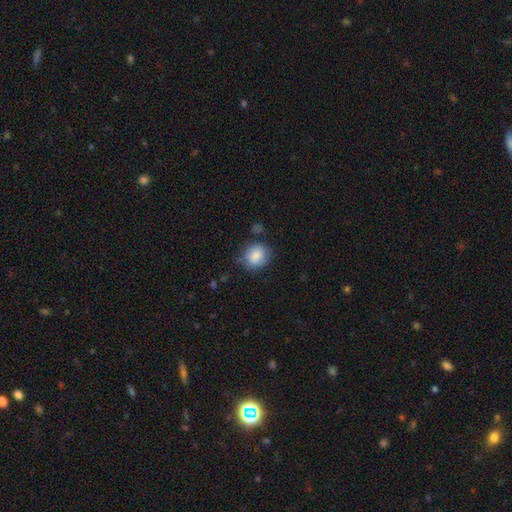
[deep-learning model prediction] Overall: smooth (84%). How rounded: round (69%; in between 30%). Merging: none (68%).